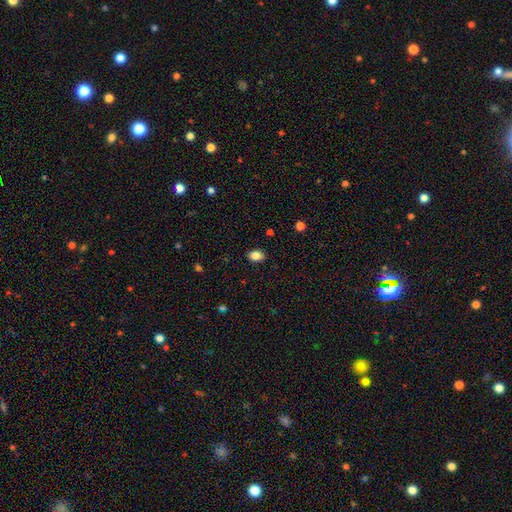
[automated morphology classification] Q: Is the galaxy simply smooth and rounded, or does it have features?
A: smooth — 85%.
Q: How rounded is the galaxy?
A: in between — 75%.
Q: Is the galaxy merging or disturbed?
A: none — 89%.